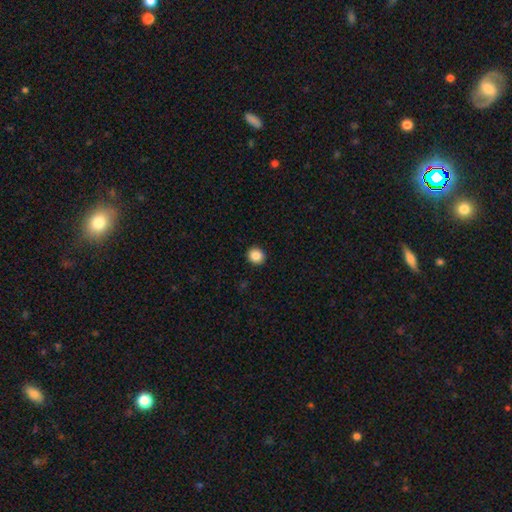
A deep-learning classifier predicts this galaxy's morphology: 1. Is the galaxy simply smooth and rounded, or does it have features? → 87% smooth, 10% star or artifact, 4% featured or disk.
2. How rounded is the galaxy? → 86% round, 13% in between, 1% cigar-shaped.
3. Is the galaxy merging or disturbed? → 93% none, 5% minor disturbance, 2% major disturbance, 1% merger.